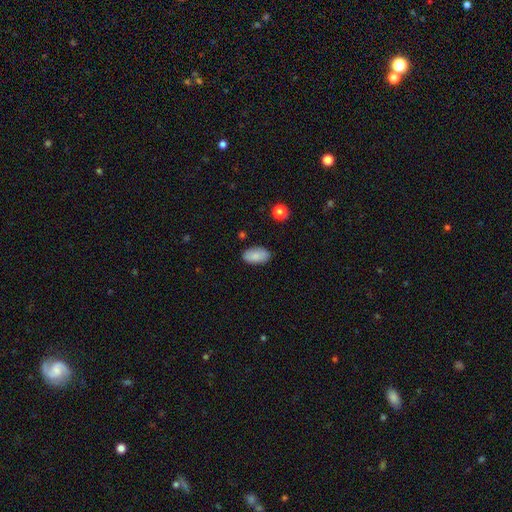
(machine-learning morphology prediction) smooth-or-featured: smooth: 85% | featured or disk: 8% | star or artifact: 7%
  how-rounded: in between: 94% | round: 4% | cigar-shaped: 2%
  merging: none: 85% | minor disturbance: 11% | major disturbance: 2% | merger: 1%